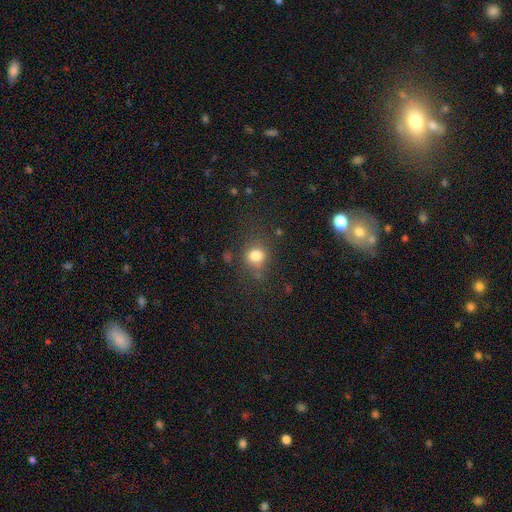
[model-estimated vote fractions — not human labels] smooth_or_featured: smooth (p=0.79) [alt: star or artifact p=0.14]
how_rounded: round (p=0.78) [alt: in between p=0.21]
merging: none (p=0.71) [alt: minor disturbance p=0.17]